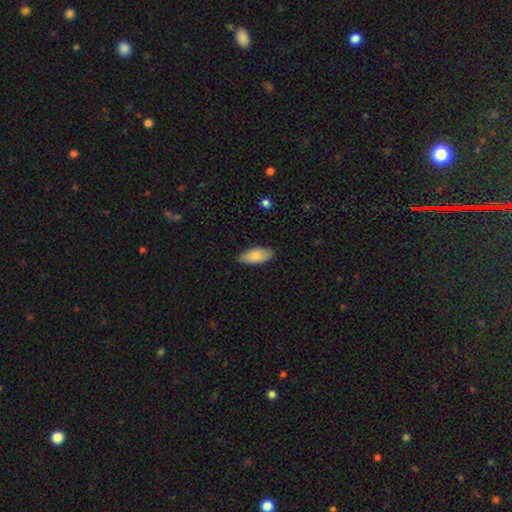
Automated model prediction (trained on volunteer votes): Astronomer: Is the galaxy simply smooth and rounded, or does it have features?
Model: smooth — 85%.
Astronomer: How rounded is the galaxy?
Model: in between — 90%.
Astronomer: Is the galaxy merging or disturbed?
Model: none — 83%.